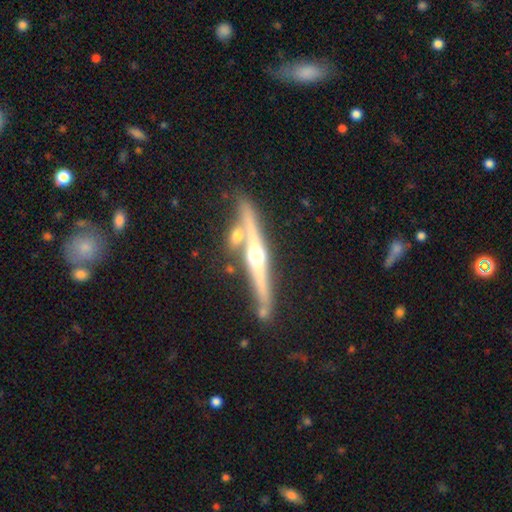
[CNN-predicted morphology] This is likely a featured or disk galaxy (78%). It is clearly viewed edge-on (97%). Edge-on bulge: clearly rounded (94%). Merging: likely none (71%).